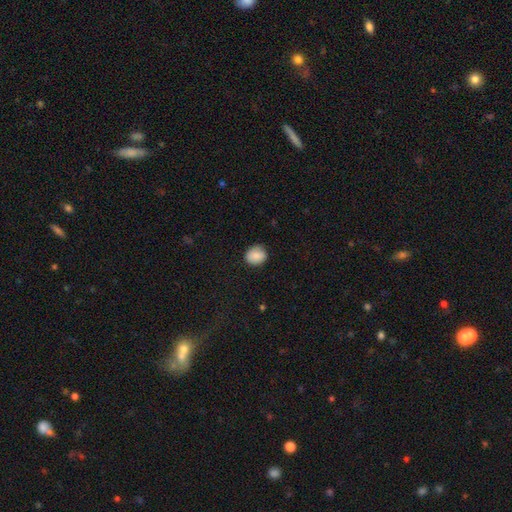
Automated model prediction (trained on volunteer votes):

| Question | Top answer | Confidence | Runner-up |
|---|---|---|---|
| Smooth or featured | smooth | 86% | star or artifact (8%) |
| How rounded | round | 73% | in between (26%) |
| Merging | none | 83% | minor disturbance (14%) |